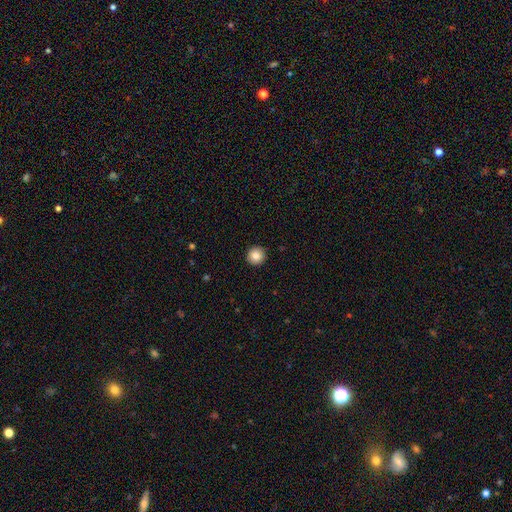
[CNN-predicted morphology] type=smooth (84%); roundness=round (96%); merging=none (93%).